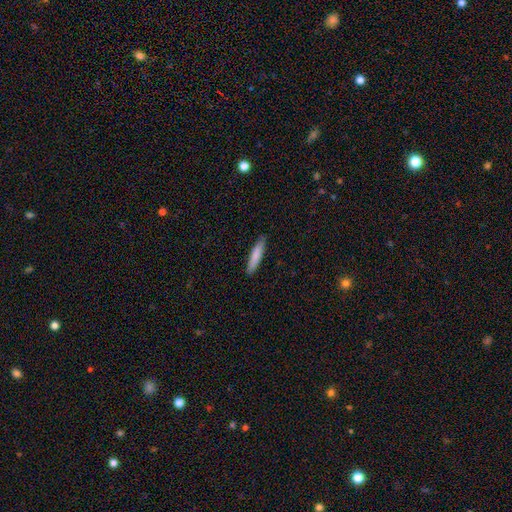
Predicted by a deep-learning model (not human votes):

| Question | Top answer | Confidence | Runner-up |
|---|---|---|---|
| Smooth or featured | smooth | 82% | featured or disk (13%) |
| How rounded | cigar-shaped | 86% | in between (12%) |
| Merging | none | 88% | minor disturbance (9%) |